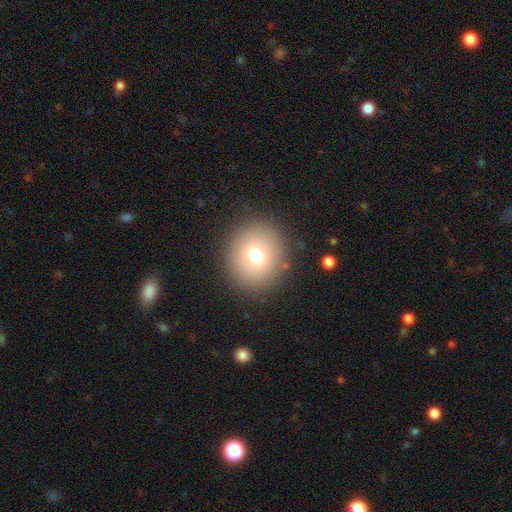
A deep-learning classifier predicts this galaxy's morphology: smooth-or-featured: smooth: 72% | featured or disk: 14% | star or artifact: 14%
  how-rounded: round: 86% | in between: 13% | cigar-shaped: 1%
  merging: none: 88% | minor disturbance: 7% | major disturbance: 4% | merger: 1%